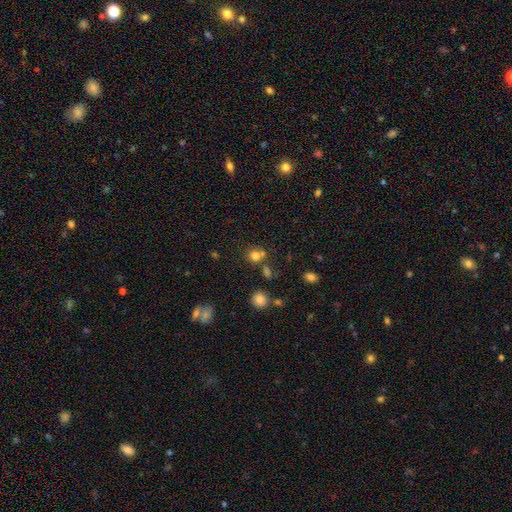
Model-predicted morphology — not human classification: smooth 75%, star or artifact 16%, featured or disk 9%. Down the decision tree: how rounded — round (81%); merging — none (56%).